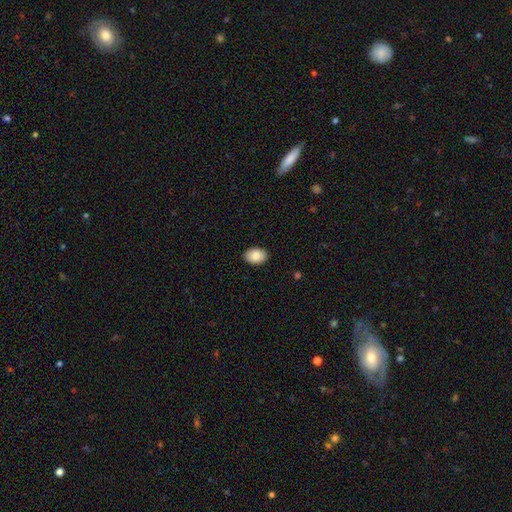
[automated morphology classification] This is clearly a smooth galaxy (88%). How rounded: clearly in between (84%). Merging: clearly none (90%).